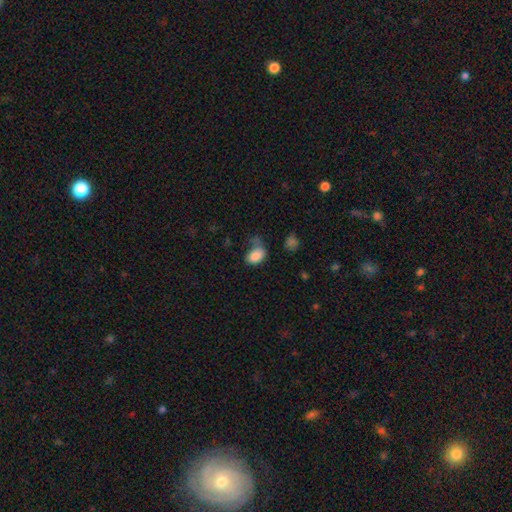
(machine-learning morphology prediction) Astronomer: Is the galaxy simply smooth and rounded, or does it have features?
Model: smooth — 85%.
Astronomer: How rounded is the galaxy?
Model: in between — 86%.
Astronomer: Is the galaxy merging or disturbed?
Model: none — 45% (runner-up: minor disturbance, 29%).